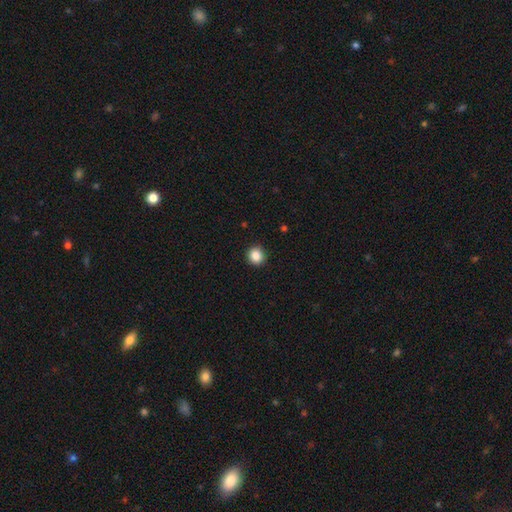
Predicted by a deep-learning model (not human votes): A smooth galaxy with no disk features (87%) that is round (90%).

Vote fractions:
- Smooth or featured? smooth: 87% / star or artifact: 10% / featured or disk: 3%
- How rounded? round: 90% / in between: 9% / cigar-shaped: 1%
- Merging? none: 92% / minor disturbance: 6% / major disturbance: 2% / merger: 1%